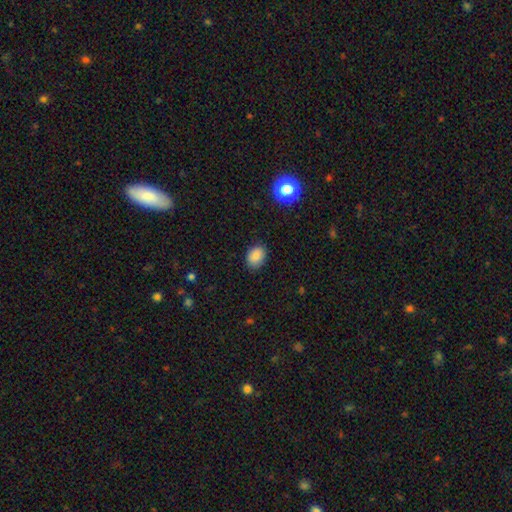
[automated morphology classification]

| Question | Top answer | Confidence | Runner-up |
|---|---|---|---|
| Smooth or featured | smooth | 86% | star or artifact (10%) |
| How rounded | in between | 68% | round (31%) |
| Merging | none | 85% | minor disturbance (12%) |